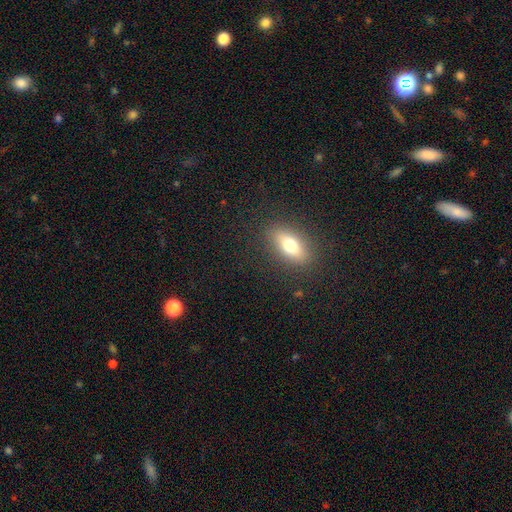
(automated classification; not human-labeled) Smooth or featured?
  - smooth: 67% *
  - star or artifact: 20%
  - featured or disk: 13%
How rounded?
  - in between: 77% *
  - round: 17%
  - cigar-shaped: 6%
Merging?
  - none: 90% *
  - minor disturbance: 7%
  - major disturbance: 2%
  - merger: 1%